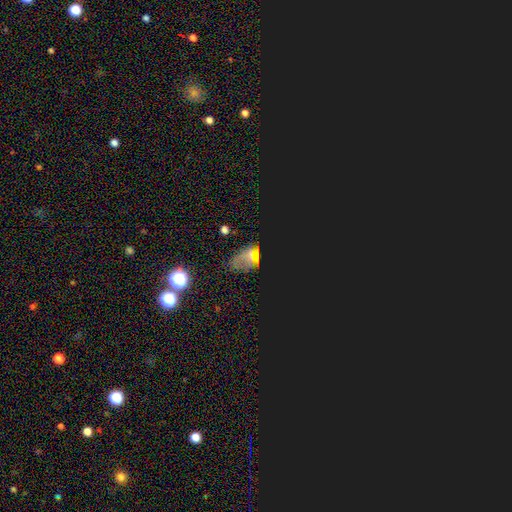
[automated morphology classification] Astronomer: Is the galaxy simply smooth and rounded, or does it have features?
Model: star or artifact — 70%.